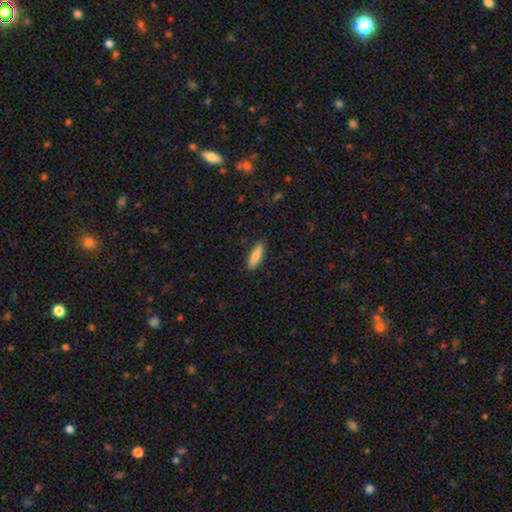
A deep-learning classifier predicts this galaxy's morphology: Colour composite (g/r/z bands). It shows a smooth galaxy with no disk features (86%) that is cigar-shaped (55%). Merging: none (88%).